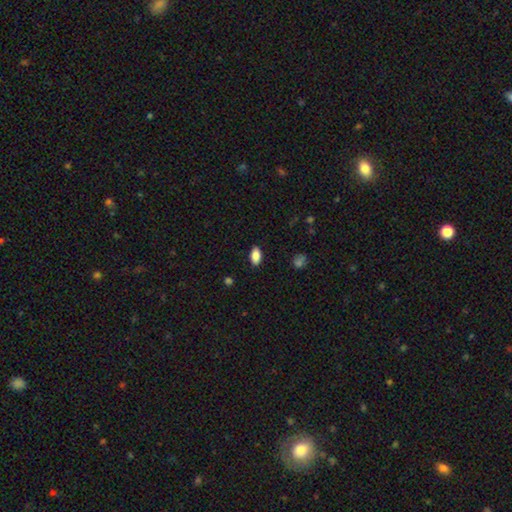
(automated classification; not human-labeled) This appears to be a smooth galaxy with no disk features (88%) that is in between round and cigar-shaped (92%). Merging: none (88%).